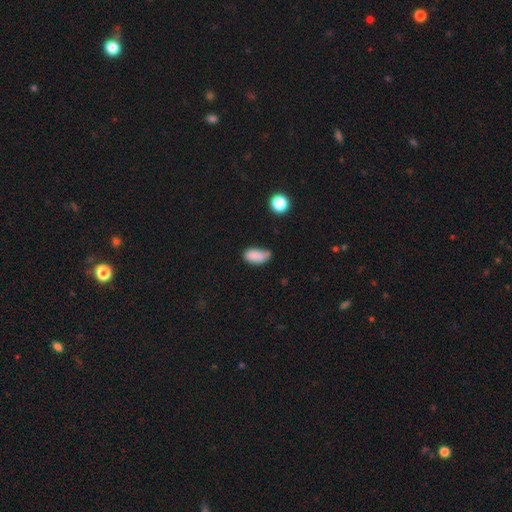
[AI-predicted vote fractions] This is clearly a smooth galaxy (85%). How rounded: clearly in between (91%). Merging: possibly none (49%).